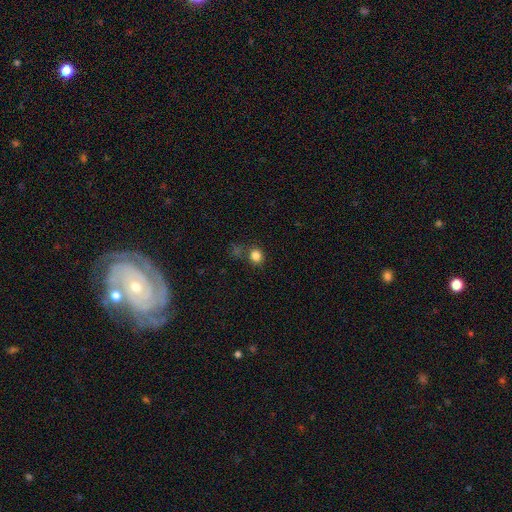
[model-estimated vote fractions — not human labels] Overall: smooth (83%). How rounded: round (83%). Merging: none (75%).